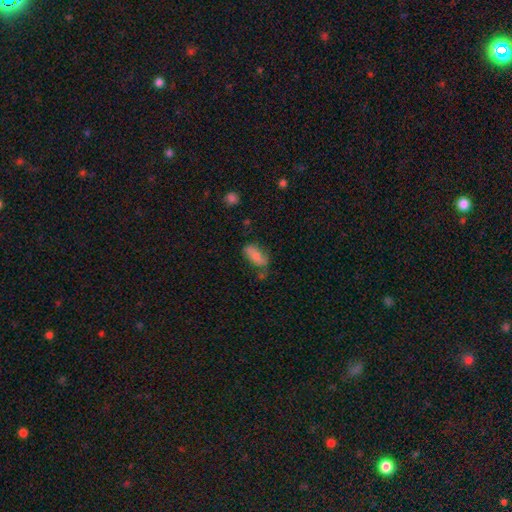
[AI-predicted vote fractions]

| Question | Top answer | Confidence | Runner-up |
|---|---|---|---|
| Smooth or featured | smooth | 73% | featured or disk (19%) |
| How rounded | in between | 81% | cigar-shaped (16%) |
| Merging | none | 52% | minor disturbance (30%) |